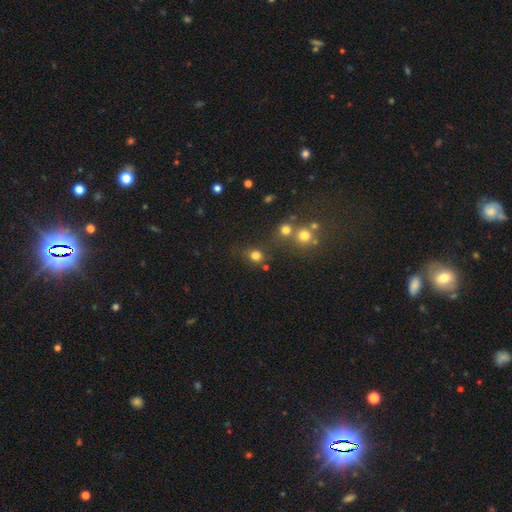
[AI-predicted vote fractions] The model was most divided on "how rounded": round: 78%, in between: 21%, cigar-shaped: 1%. More confident: smooth or featured — smooth (78%); merging — none (72%).